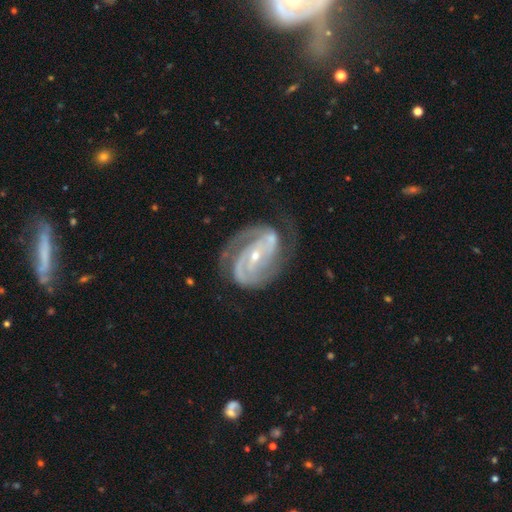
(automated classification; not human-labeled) smooth_or_featured: featured or disk (p=0.91) [alt: star or artifact p=0.05]
disk_edge_on: no (p=0.97) [alt: yes p=0.03]
bar: strong (p=0.39) [alt: weak p=0.35]
has_spiral_arms: yes (p=0.98) [alt: no p=0.02]
spiral_winding: tight (p=0.54) [alt: medium p=0.39]
spiral_arm_count: 2 (p=0.75) [alt: 3 p=0.11]
bulge_size: small (p=0.66) [alt: moderate p=0.31]
merging: none (p=0.64) [alt: minor disturbance p=0.20]